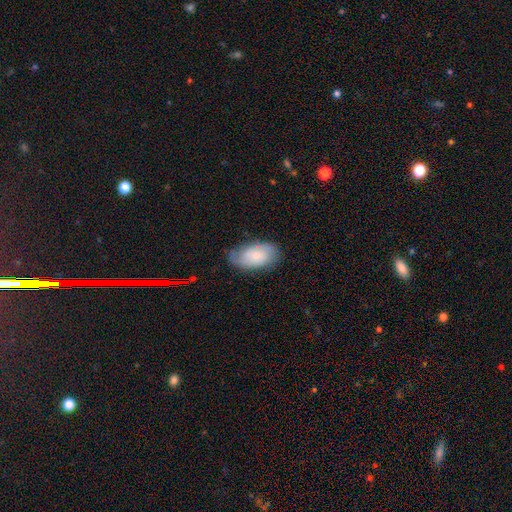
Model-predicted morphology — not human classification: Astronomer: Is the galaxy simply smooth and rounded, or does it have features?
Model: smooth — 58% (runner-up: featured or disk, 35%).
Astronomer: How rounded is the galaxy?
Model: in between — 93%.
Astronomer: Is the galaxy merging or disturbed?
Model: none — 64%.